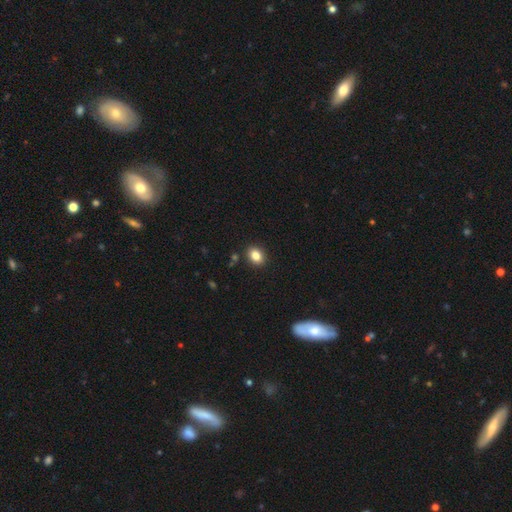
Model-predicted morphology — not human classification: smooth_or_featured: smooth (p=0.84) [alt: star or artifact p=0.10]
how_rounded: in between (p=0.58) [alt: round p=0.41]
merging: none (p=0.89) [alt: minor disturbance p=0.07]